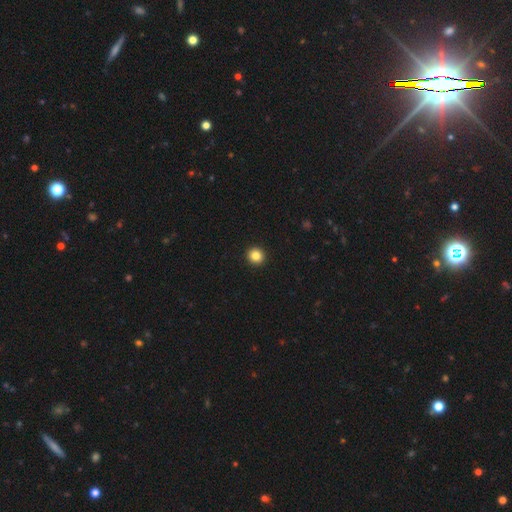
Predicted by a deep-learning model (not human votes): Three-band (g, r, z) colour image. It shows a smooth galaxy with no disk features (84%) that is round (94%). Merging: none (94%).